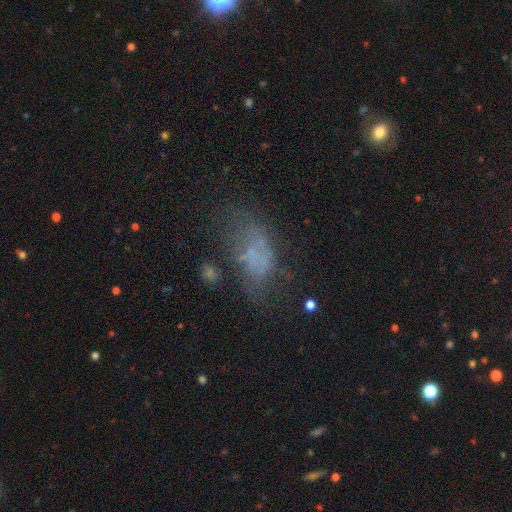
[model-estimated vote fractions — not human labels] smooth 44%, featured or disk 38%, star or artifact 18%. Down the decision tree: merging — none (35%).